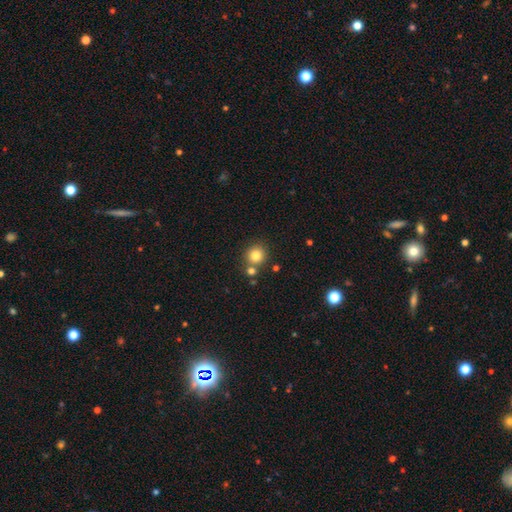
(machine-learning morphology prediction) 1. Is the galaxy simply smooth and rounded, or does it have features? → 82% smooth, 11% star or artifact, 7% featured or disk.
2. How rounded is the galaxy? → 92% round, 7% in between, 1% cigar-shaped.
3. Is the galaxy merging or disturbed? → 73% none, 16% merger, 8% minor disturbance, 3% major disturbance.